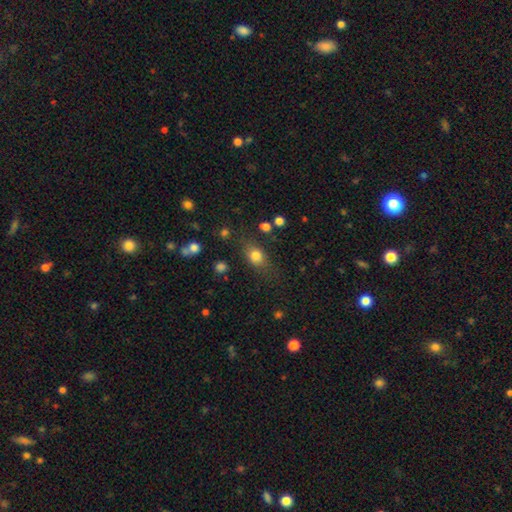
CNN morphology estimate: Smooth or featured?
  - smooth: 79% *
  - star or artifact: 12%
  - featured or disk: 10%
How rounded?
  - in between: 54% *
  - round: 43%
  - cigar-shaped: 3%
Merging?
  - none: 70% *
  - minor disturbance: 18%
  - major disturbance: 8%
  - merger: 4%